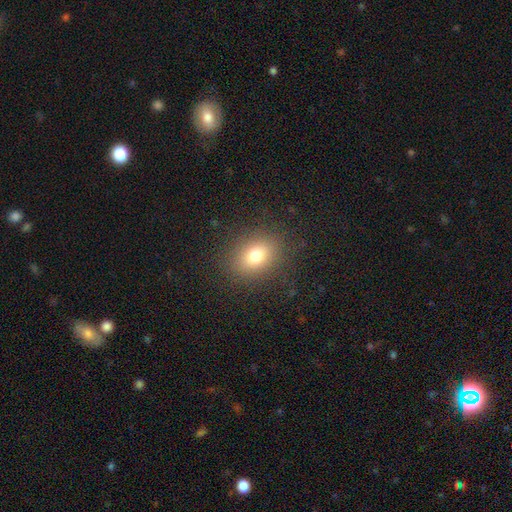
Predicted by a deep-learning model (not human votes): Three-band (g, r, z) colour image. It shows a smooth galaxy with no disk features (77%) that is in between round and cigar-shaped (59%). Merging: none (86%).